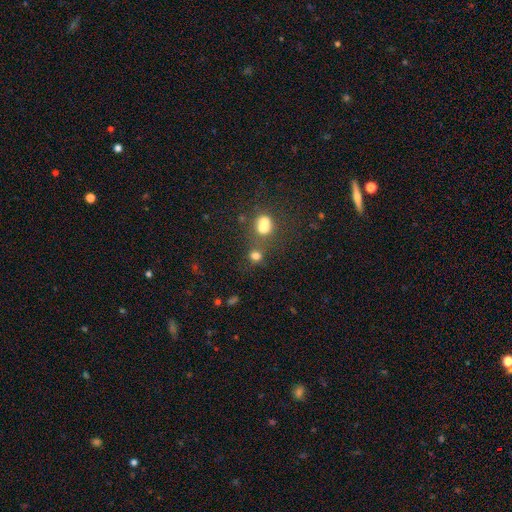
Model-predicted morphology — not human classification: Smooth or featured? Predicted: smooth (p=0.71). How rounded? Predicted: round (p=0.74). Merging? Predicted: none (p=0.46).